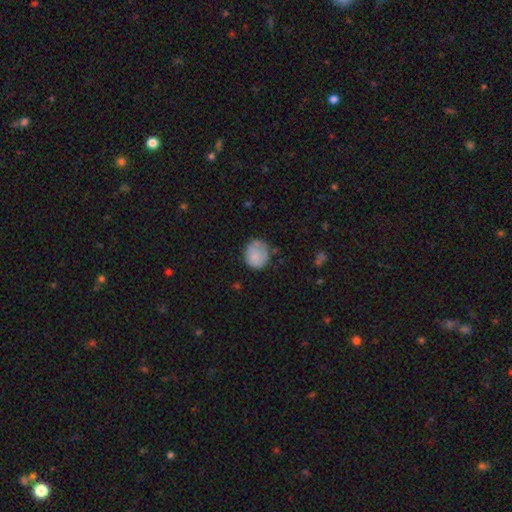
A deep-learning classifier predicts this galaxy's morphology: This is likely a smooth galaxy (78%). How rounded: likely round (78%). Merging: possibly none (60%).